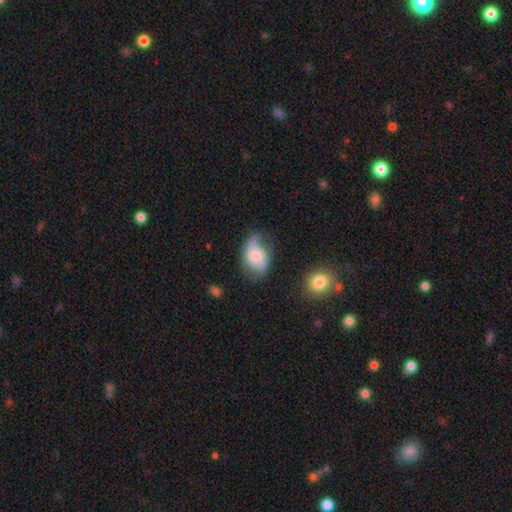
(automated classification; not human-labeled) The model was most divided on "smooth or featured": featured or disk: 48%, smooth: 45%, star or artifact: 7%. Remaining: merging — none (38%).